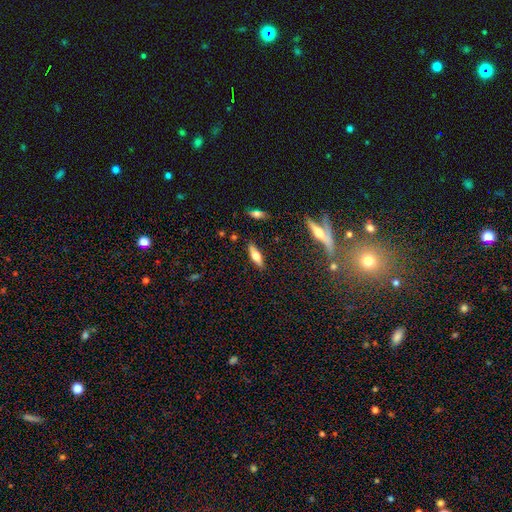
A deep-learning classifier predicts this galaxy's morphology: type=smooth (56%); roundness=cigar-shaped (51%); merging=none (86%).